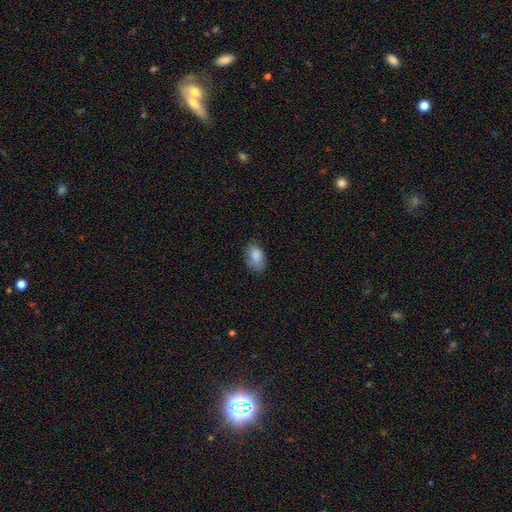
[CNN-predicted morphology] smooth 84%, star or artifact 8%, featured or disk 8%. Down the decision tree: how rounded — in between (90%); merging — none (69%).